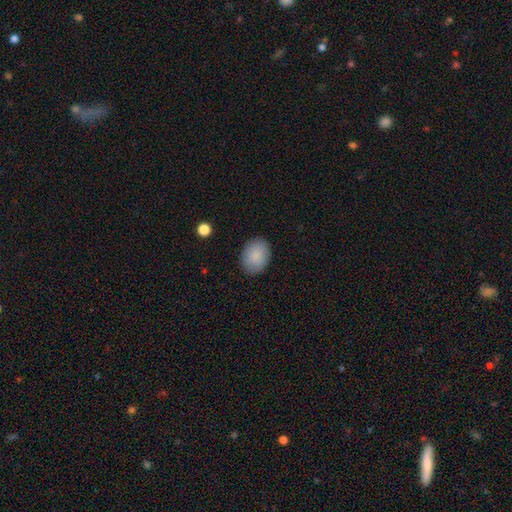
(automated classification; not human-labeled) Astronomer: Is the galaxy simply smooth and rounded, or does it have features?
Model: smooth — 88%.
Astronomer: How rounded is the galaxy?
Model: in between — 70%.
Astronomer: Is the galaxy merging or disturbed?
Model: none — 86%.